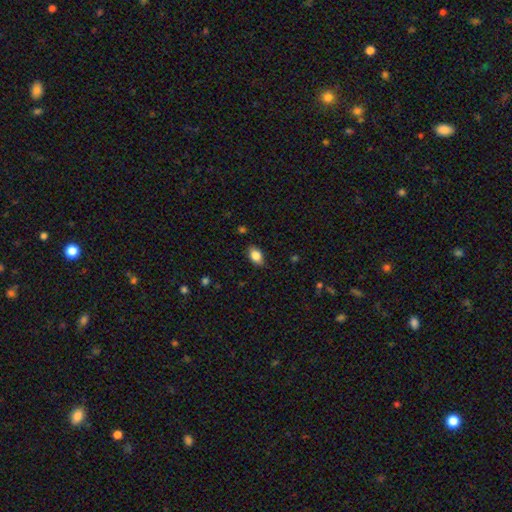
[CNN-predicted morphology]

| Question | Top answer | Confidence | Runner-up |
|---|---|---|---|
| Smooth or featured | smooth | 83% | featured or disk (9%) |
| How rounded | in between | 86% | round (11%) |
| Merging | none | 84% | minor disturbance (13%) |